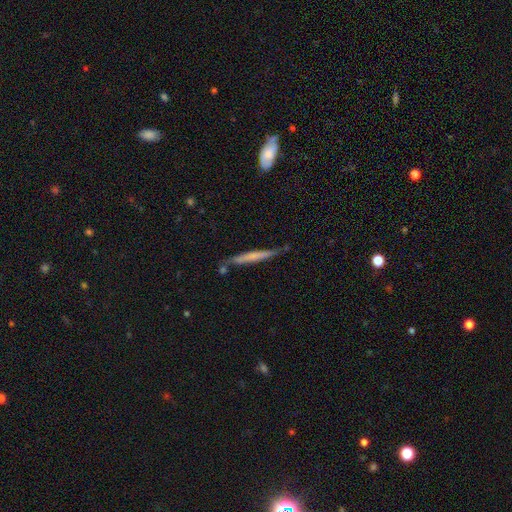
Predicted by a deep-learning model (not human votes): Smooth or featured: featured or disk — 47% (smooth — 36%)
Merging: none — 81% (minor disturbance — 12%)